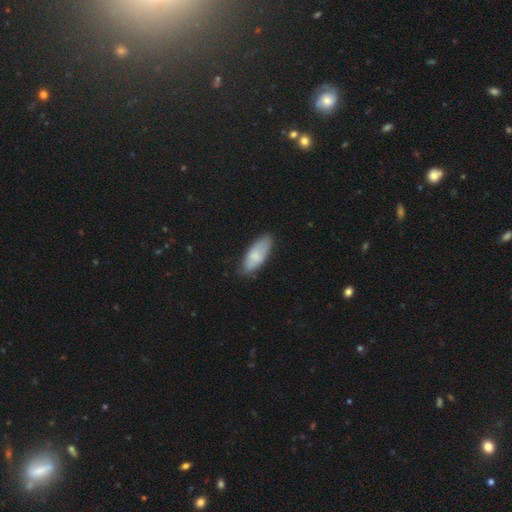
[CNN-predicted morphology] A smooth galaxy with no disk features (76%) that is in between round and cigar-shaped (81%). Merging: none (73%).